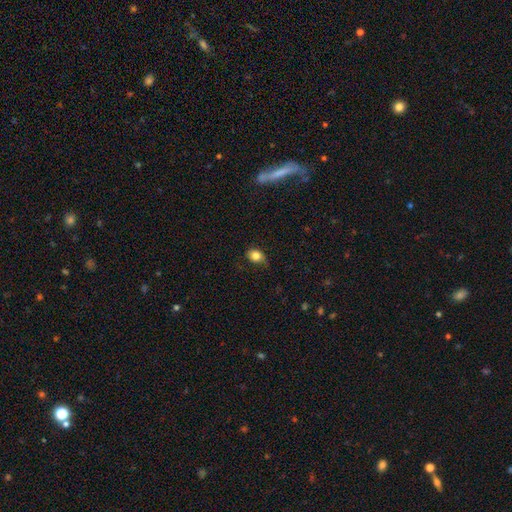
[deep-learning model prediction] Smooth or featured? smooth (81%)
How rounded? in between (56%)
Merging? none (65%)